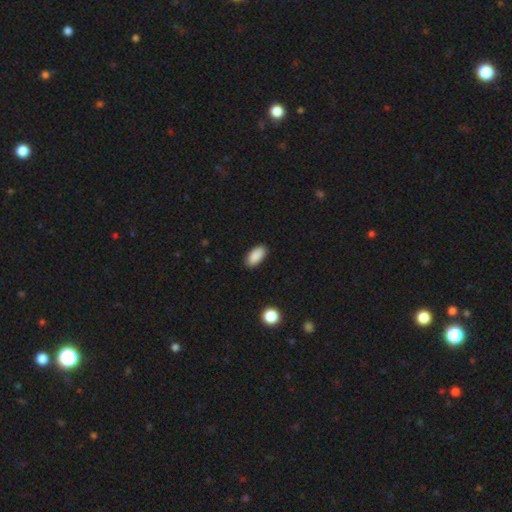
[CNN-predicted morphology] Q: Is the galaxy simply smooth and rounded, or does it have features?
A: smooth — 90%.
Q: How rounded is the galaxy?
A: in between — 93%.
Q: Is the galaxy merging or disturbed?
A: none — 89%.